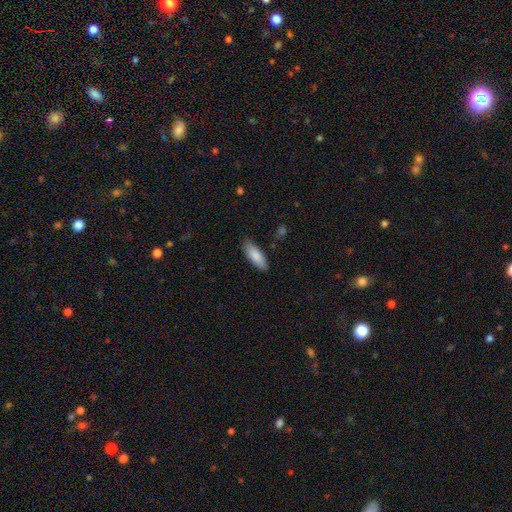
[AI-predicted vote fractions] Overall: smooth (86%). How rounded: in between (65%; cigar-shaped 34%). Merging: none (85%).